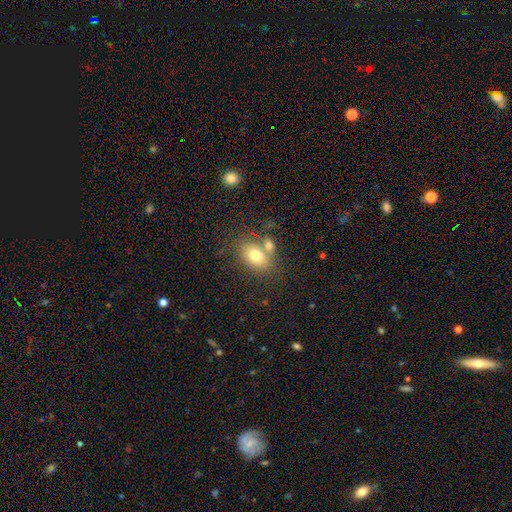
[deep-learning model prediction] This is likely a smooth galaxy (76%). How rounded: clearly in between (80%). Merging: possibly none (53%).